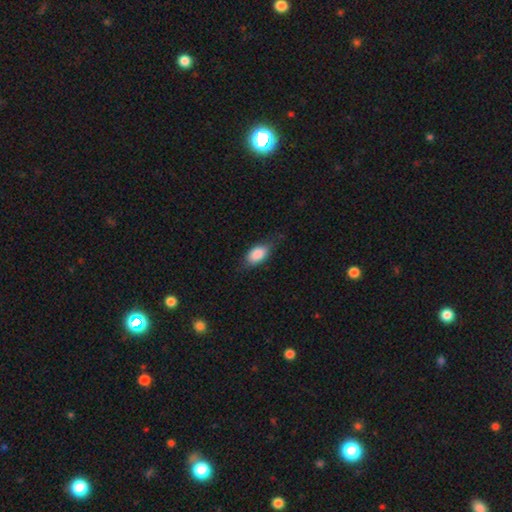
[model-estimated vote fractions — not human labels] The model was most divided on "merging": none: 67%, minor disturbance: 25%, major disturbance: 7%, merger: 1%. More confident: how rounded — in between (89%); smooth or featured — smooth (84%).